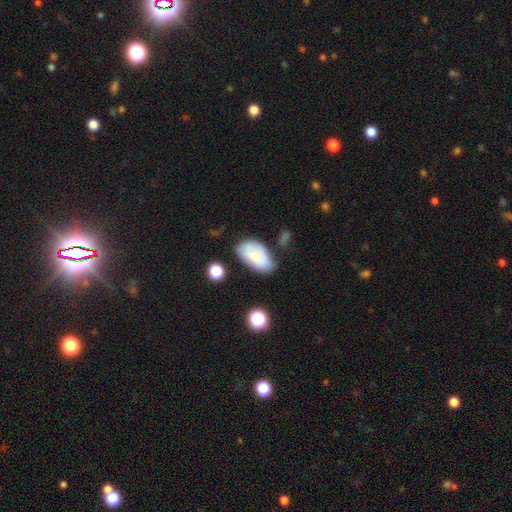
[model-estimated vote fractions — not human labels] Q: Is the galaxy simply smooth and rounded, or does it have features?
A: smooth — 70%.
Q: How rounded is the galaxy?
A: in between — 94%.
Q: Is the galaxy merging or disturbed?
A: none — 58%.